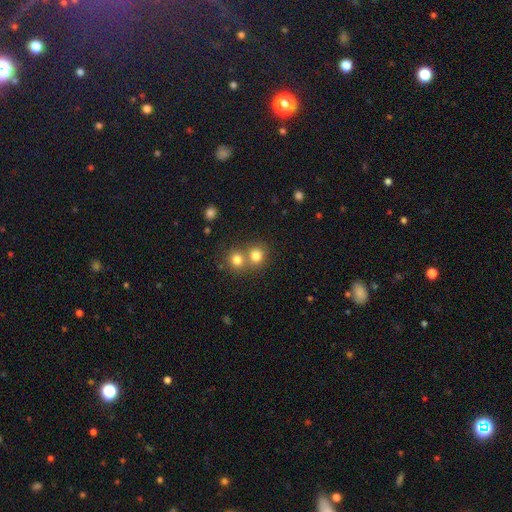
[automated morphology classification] Smooth or featured?
  - smooth: 79% *
  - star or artifact: 12%
  - featured or disk: 8%
How rounded?
  - round: 83% *
  - in between: 16%
  - cigar-shaped: 1%
Merging?
  - none: 48% *
  - merger: 44%
  - minor disturbance: 6%
  - major disturbance: 2%